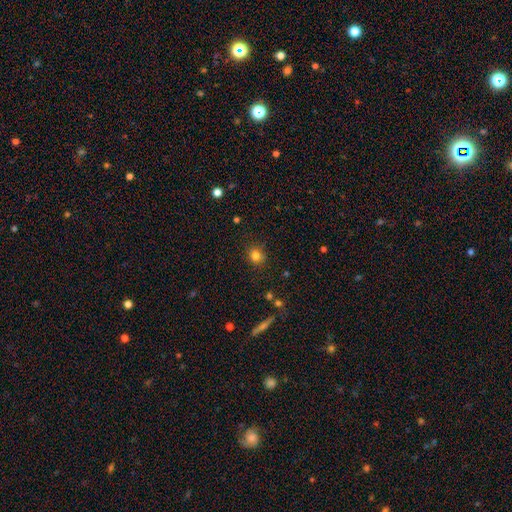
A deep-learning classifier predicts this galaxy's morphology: A smooth galaxy with no disk features (81%) that is round (88%). Merging: none (87%).